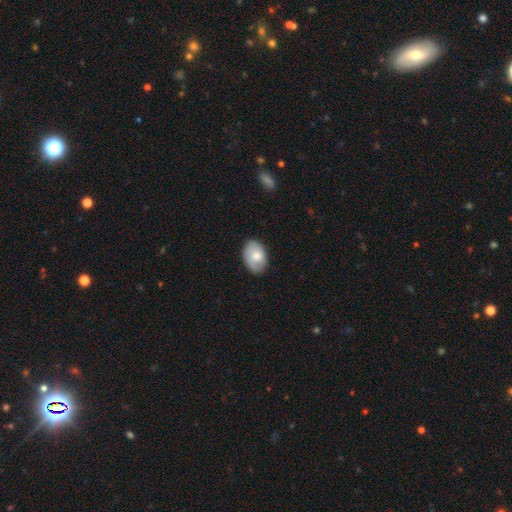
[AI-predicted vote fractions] This appears to be a smooth galaxy with no disk features (71%) that is in between round and cigar-shaped (85%). Merging: none (79%).